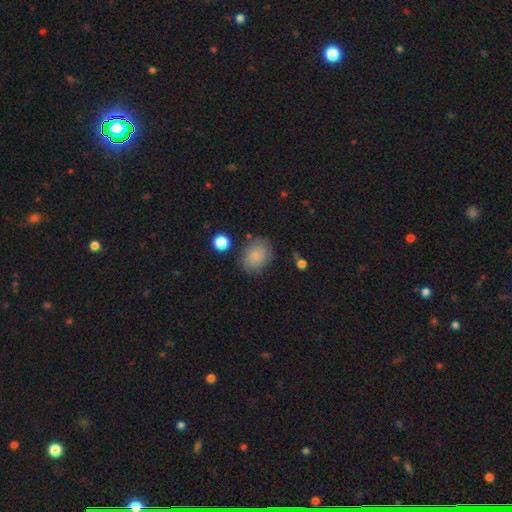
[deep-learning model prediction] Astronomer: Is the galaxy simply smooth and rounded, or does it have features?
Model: smooth — 84%.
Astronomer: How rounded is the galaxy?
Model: in between — 53% (runner-up: round, 46%).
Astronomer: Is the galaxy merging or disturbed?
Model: none — 76%.